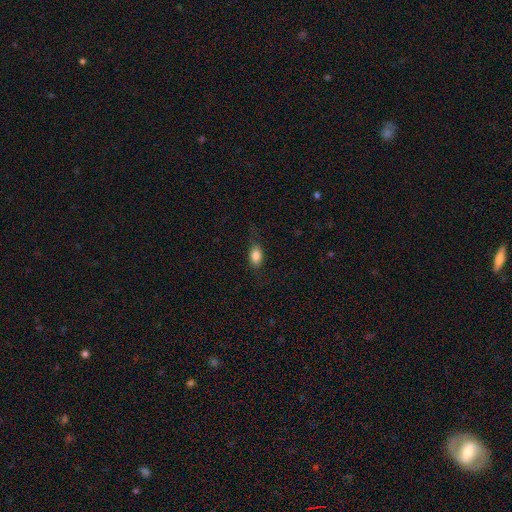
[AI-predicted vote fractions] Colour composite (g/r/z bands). It shows a smooth galaxy with no disk features (84%) that is in between round and cigar-shaped (86%). Merging: none (74%).